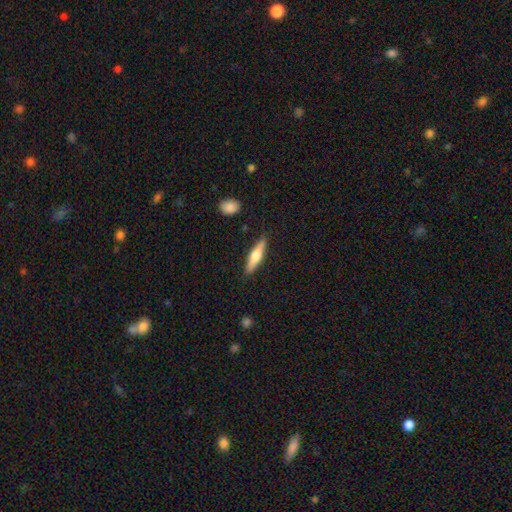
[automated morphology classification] Overall: smooth (49%; featured or disk 45%). Merging: none (87%).